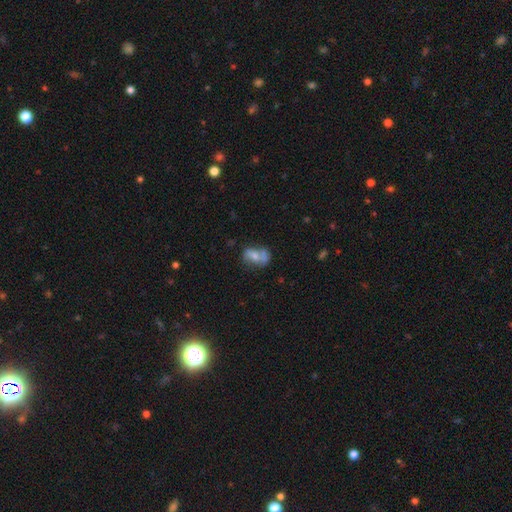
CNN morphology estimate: Smooth or featured? Predicted: smooth (p=0.52). How rounded? Predicted: in between (p=0.78). Merging? Predicted: none (p=0.36).